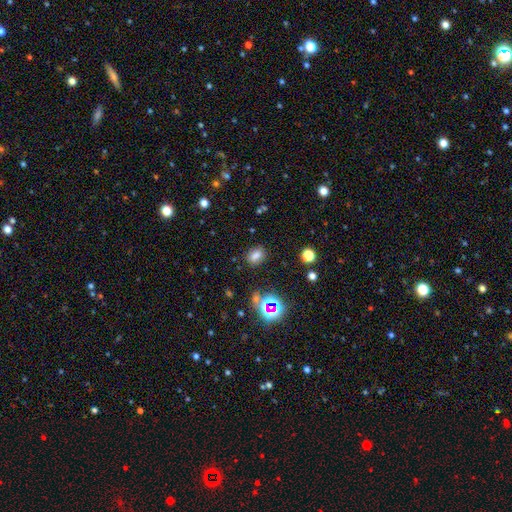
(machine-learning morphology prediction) type=smooth (72%); roundness=in between (71%); merging=none (81%).